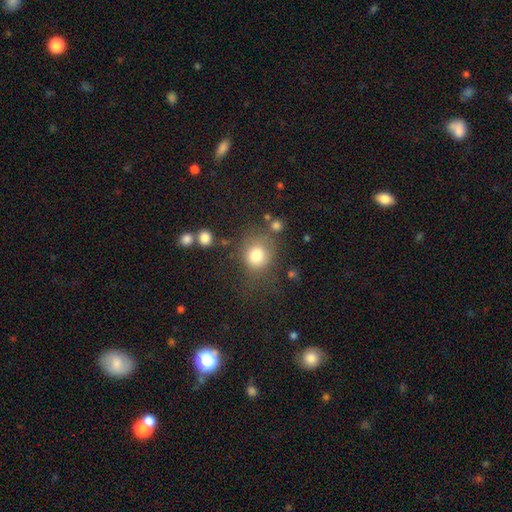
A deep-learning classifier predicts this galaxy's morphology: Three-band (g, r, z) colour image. It shows a smooth galaxy with no disk features (79%) that is round (72%). Merging: none (59%).